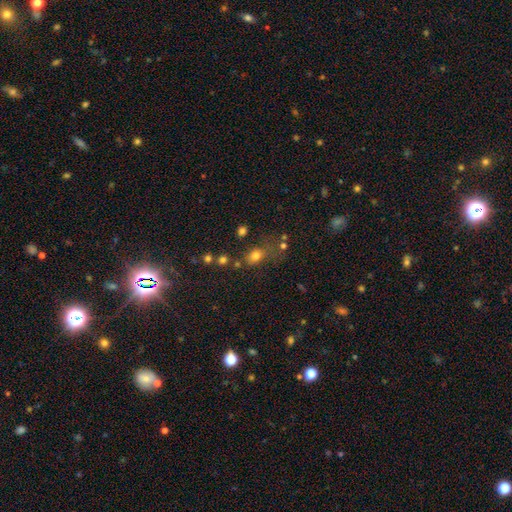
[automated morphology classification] Smooth or featured? Predicted: smooth (p=0.75). How rounded? Predicted: in between (p=0.61). Merging? Predicted: none (p=0.52).